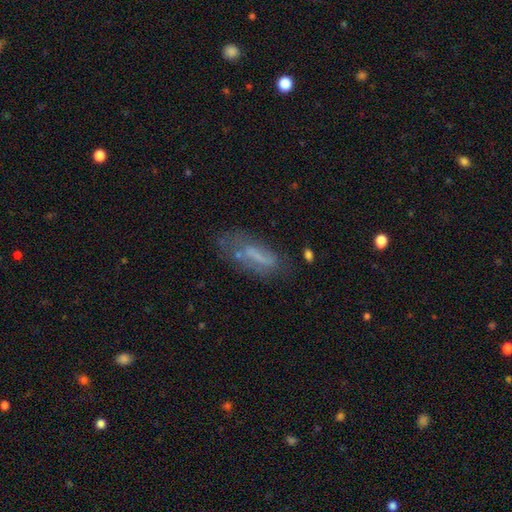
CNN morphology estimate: This is possibly a smooth galaxy (48%). Merging: possibly none (46%).